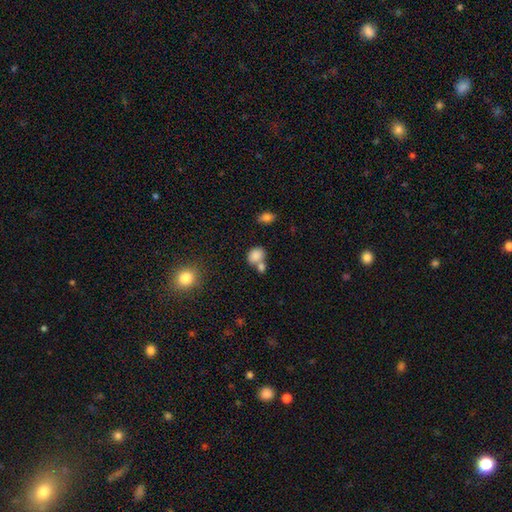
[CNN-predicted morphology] Smooth or featured? smooth (83%)
How rounded? in between (57%)
Merging? merger (43%)